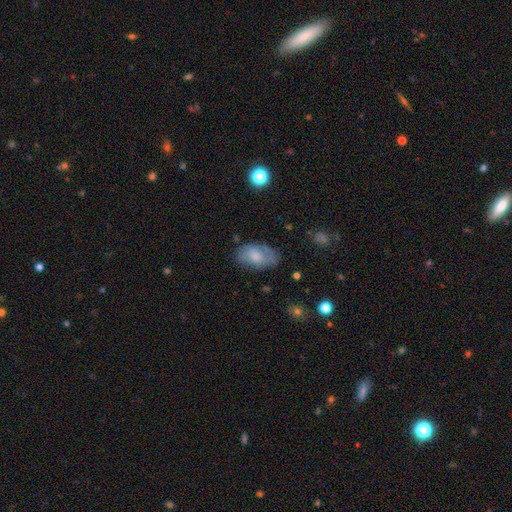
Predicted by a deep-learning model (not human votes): The model was most divided on "smooth or featured": smooth: 64%, featured or disk: 29%, star or artifact: 8%. More confident: how rounded — in between (92%); merging — none (64%).